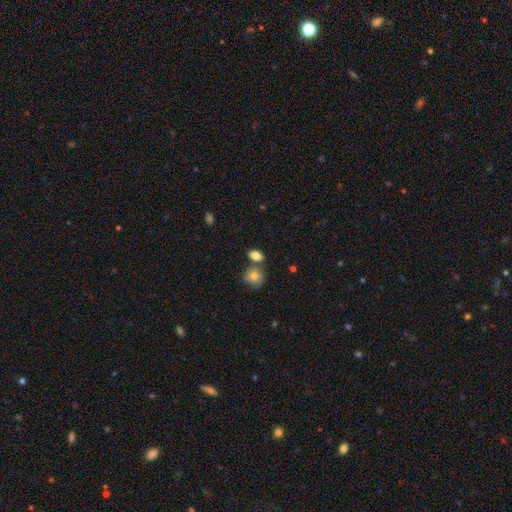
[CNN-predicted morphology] smooth 81%, featured or disk 10%, star or artifact 9%. Down the decision tree: how rounded — in between (74%); merging — none (61%).